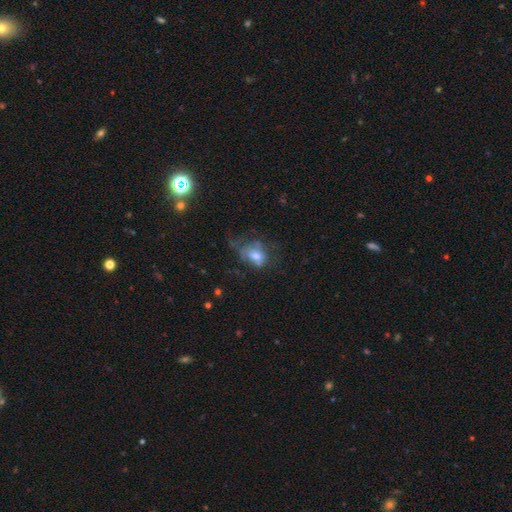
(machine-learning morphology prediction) smooth 51%, featured or disk 36%, star or artifact 13%. Down the decision tree: how rounded — in between (69%); merging — major disturbance (39%).